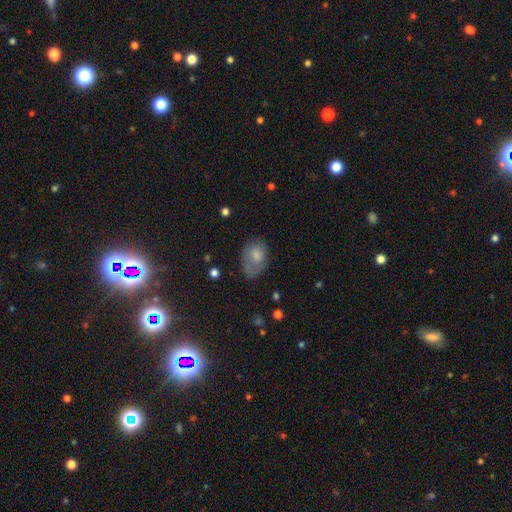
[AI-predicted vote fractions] A smooth galaxy with no disk features (70%) that is in between round and cigar-shaped (81%).

Vote fractions:
- Smooth or featured? smooth: 70% / featured or disk: 21% / star or artifact: 8%
- How rounded? in between: 81% / round: 18% / cigar-shaped: 1%
- Merging? none: 49% / minor disturbance: 30% / major disturbance: 19% / merger: 2%